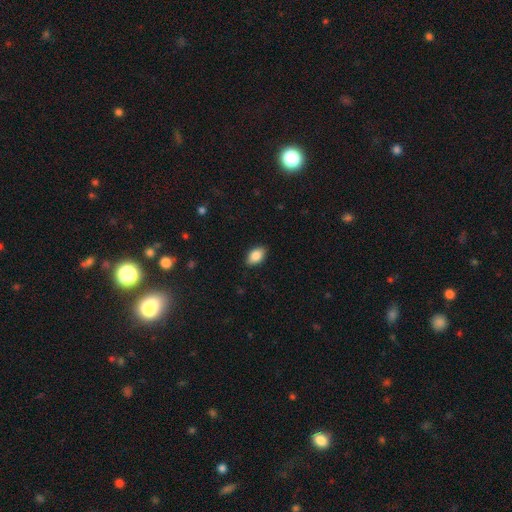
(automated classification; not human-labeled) This appears to be a smooth galaxy with no disk features (87%) that is in between round and cigar-shaped (90%). Merging: none (88%).